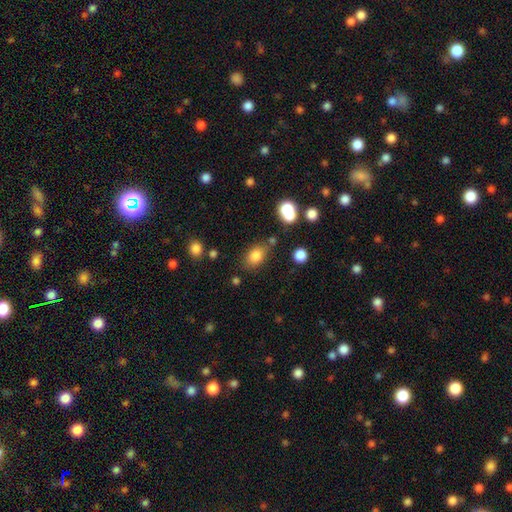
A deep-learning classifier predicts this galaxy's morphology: The model was most divided on "how rounded": in between: 72%, round: 26%, cigar-shaped: 2%. More confident: smooth or featured — smooth (81%); merging — none (69%).